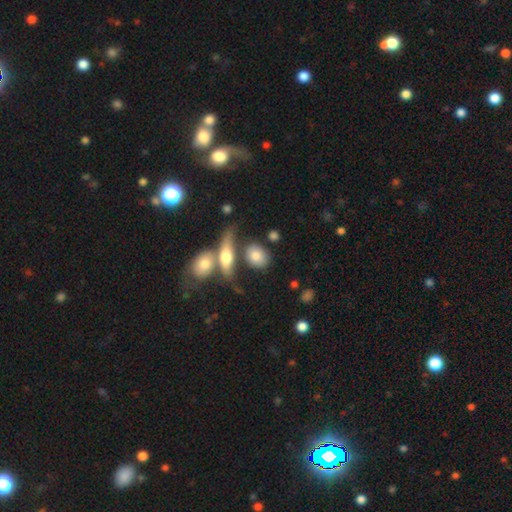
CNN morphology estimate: A smooth galaxy with no disk features (75%) that is in between round and cigar-shaped (58%). Merging: none (56%).